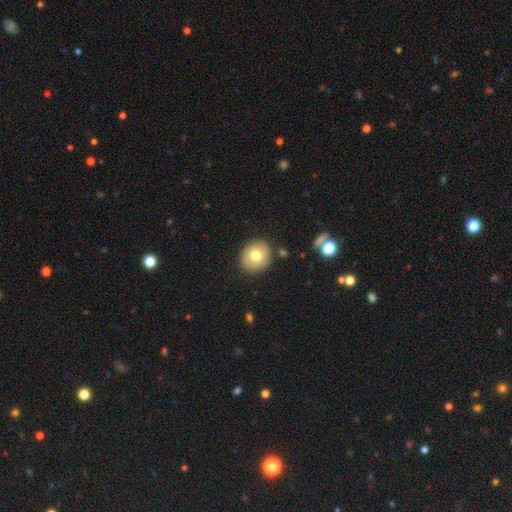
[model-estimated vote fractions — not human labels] The model was most divided on "how rounded": round: 76%, in between: 23%, cigar-shaped: 1%. More confident: merging — none (87%); smooth or featured — smooth (73%).